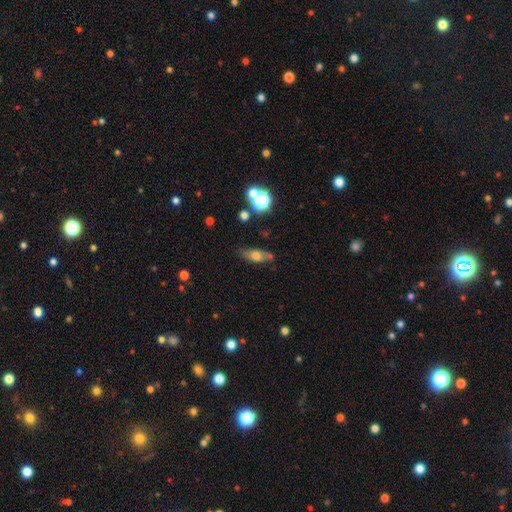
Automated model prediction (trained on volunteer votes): Smooth or featured?
  - smooth: 58% *
  - featured or disk: 31%
  - star or artifact: 11%
How rounded?
  - in between: 70% *
  - cigar-shaped: 22%
  - round: 8%
Merging?
  - none: 72% *
  - minor disturbance: 19%
  - merger: 5%
  - major disturbance: 5%